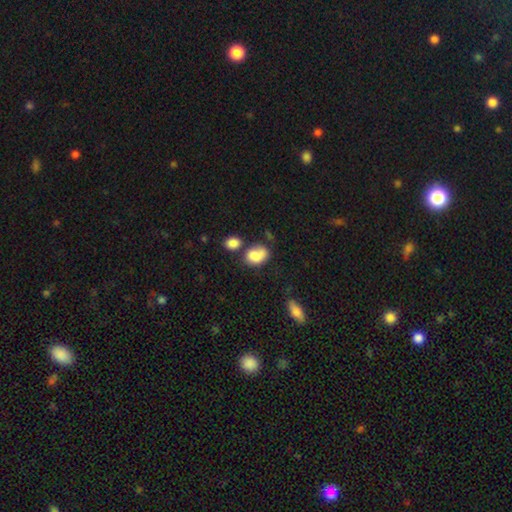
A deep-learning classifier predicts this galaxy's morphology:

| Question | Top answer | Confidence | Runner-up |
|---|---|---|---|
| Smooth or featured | smooth | 81% | featured or disk (11%) |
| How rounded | in between | 76% | round (23%) |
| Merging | none | 38% | merger (29%) |